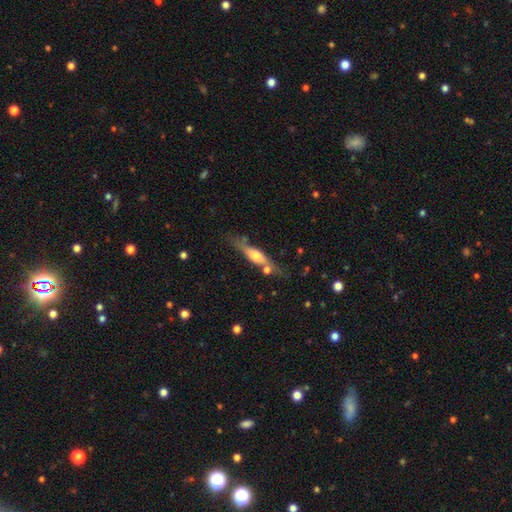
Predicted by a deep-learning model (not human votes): featured or disk 53%, smooth 41%, star or artifact 6%. Down the decision tree: edge-on disk — yes (84%); merging — none (63%).